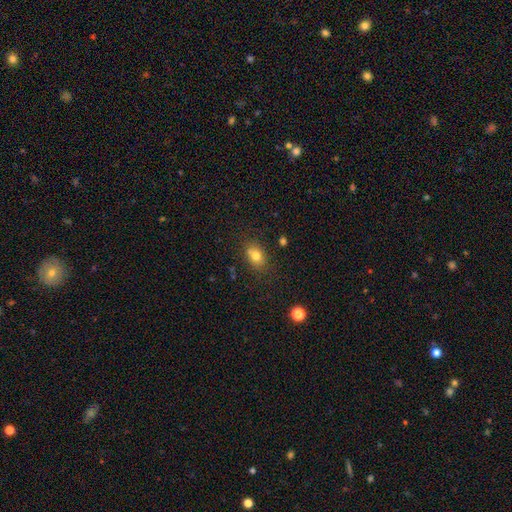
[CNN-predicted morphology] Smooth or featured? Predicted: smooth (p=0.78). How rounded? Predicted: in between (p=0.71). Merging? Predicted: none (p=0.72).